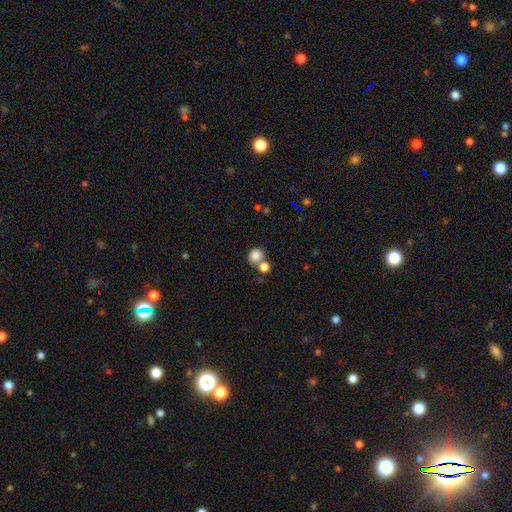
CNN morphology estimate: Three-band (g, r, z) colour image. It shows a smooth galaxy with no disk features (84%) that is round (79%). Merging: none (53%).